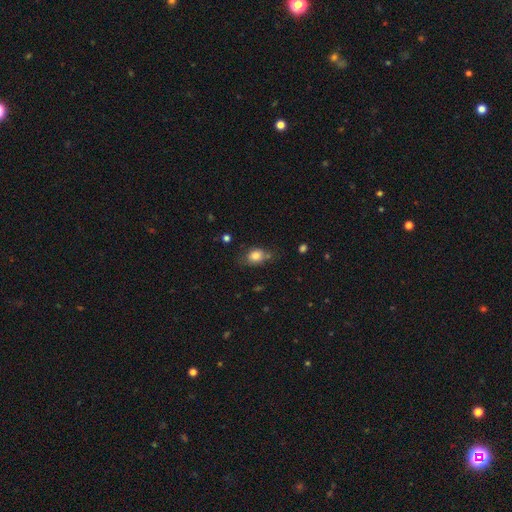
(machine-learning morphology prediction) smooth-or-featured: smooth: 80% | featured or disk: 10% | star or artifact: 9%
  how-rounded: in between: 67% | round: 31% | cigar-shaped: 2%
  merging: none: 57% | minor disturbance: 29% | major disturbance: 9% | merger: 5%